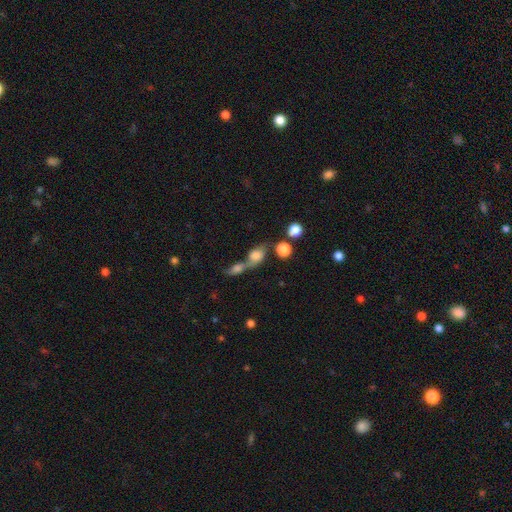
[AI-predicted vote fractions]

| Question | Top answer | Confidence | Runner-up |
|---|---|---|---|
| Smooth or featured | smooth | 71% | featured or disk (17%) |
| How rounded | in between | 60% | round (35%) |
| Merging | merger | 59% | none (25%) |